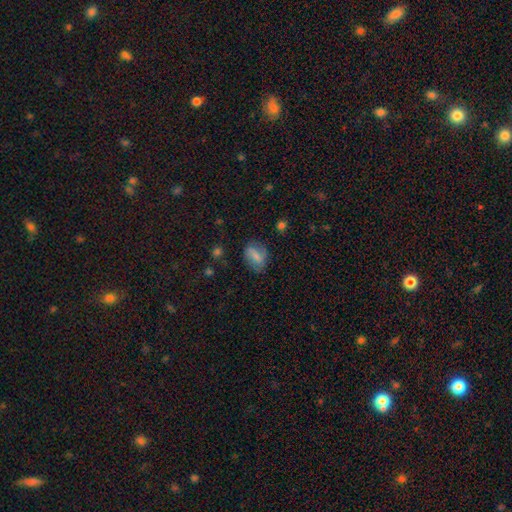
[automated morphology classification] type=smooth (66%); roundness=in between (75%); merging=none (71%).